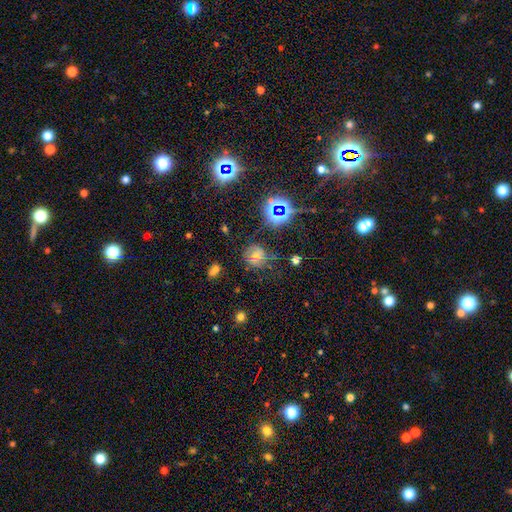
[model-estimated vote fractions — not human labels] A smooth galaxy with no disk features (43%).

Vote fractions:
- Smooth or featured? smooth: 43% / star or artifact: 31% / featured or disk: 26%
- Merging? none: 69% / minor disturbance: 20% / major disturbance: 8% / merger: 3%